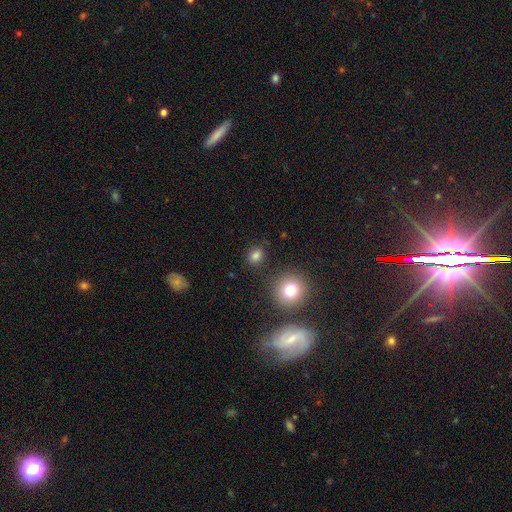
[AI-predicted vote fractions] Overall: smooth (80%). How rounded: round (59%; in between 40%). Merging: none (83%).